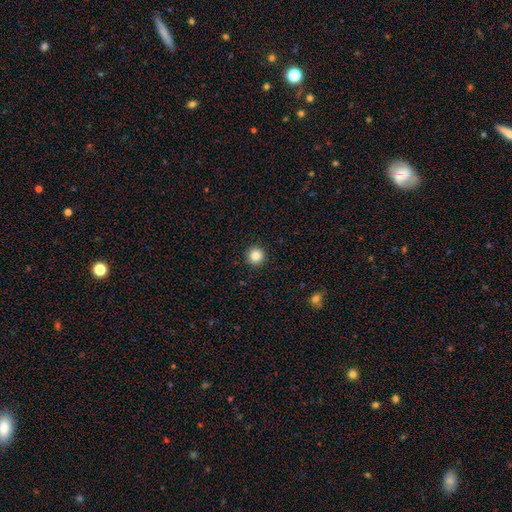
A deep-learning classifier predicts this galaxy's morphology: The model was most divided on "smooth or featured": smooth: 86%, star or artifact: 10%, featured or disk: 4%. More confident: how rounded — round (96%); merging — none (93%).